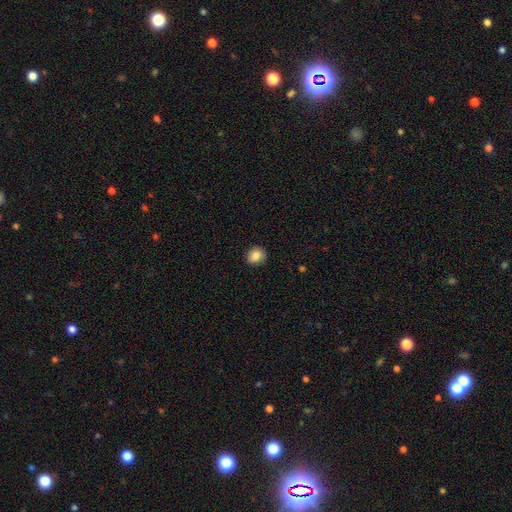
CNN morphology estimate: Overall: smooth (83%). How rounded: round (76%). Merging: none (87%).